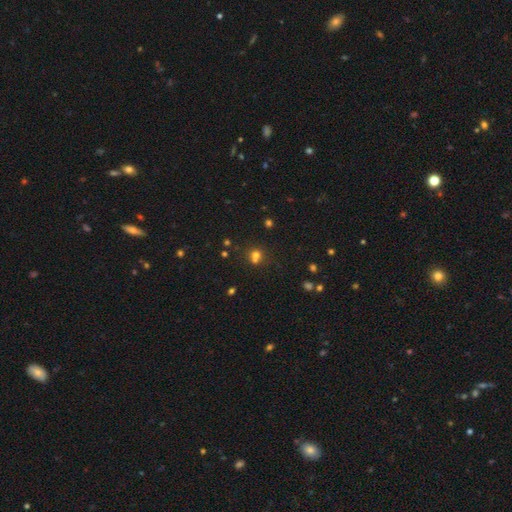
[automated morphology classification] smooth-or-featured: smooth: 65% | star or artifact: 23% | featured or disk: 12%
  how-rounded: round: 82% | in between: 17% | cigar-shaped: 1%
  merging: none: 49% | merger: 40% | minor disturbance: 8% | major disturbance: 3%